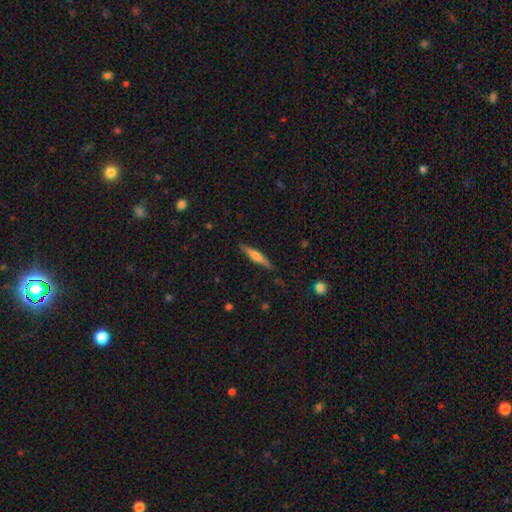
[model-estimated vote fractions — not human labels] The model was most divided on "smooth or featured": featured or disk: 49%, smooth: 45%, star or artifact: 6%. More confident: merging — none (88%).